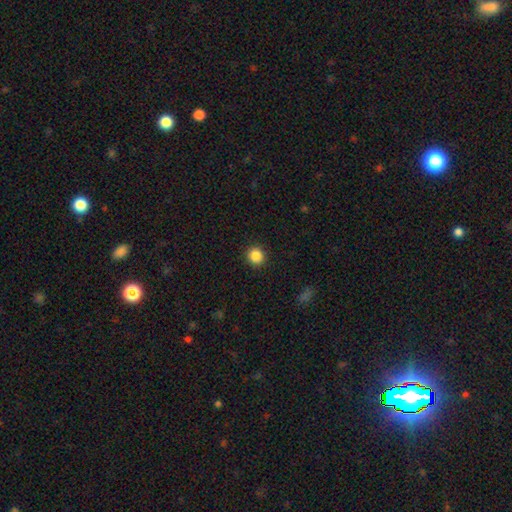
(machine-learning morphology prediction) This is clearly a smooth galaxy (87%). How rounded: clearly round (88%). Merging: clearly none (91%).